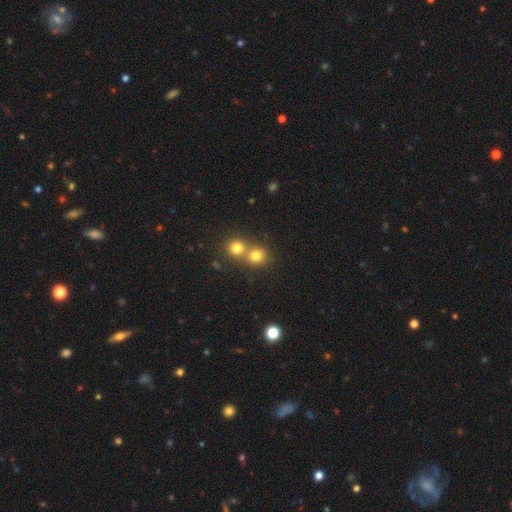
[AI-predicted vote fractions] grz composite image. It shows a smooth galaxy with no disk features (77%) that is round (87%). Merging: none (47%).